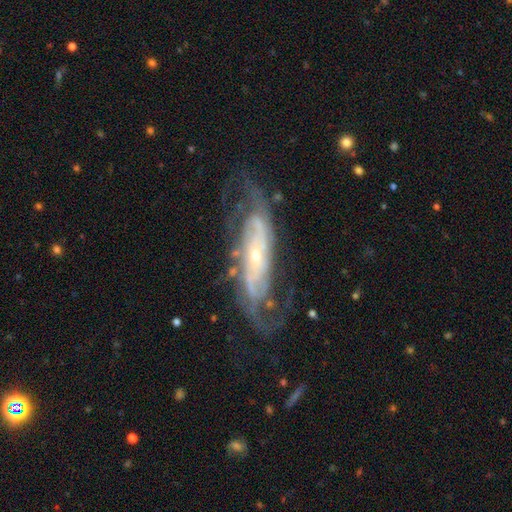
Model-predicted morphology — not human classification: This is clearly a featured or disk galaxy (85%). It is clearly not viewed edge-on (85%). Bar: likely no (60%). Spiral arm pattern: clearly yes (93%). Spiral arm count: marginally 2 (41%). Spiral winding: possibly tight (49%). Central bulge: likely small (74%). Merging: likely none (67%).